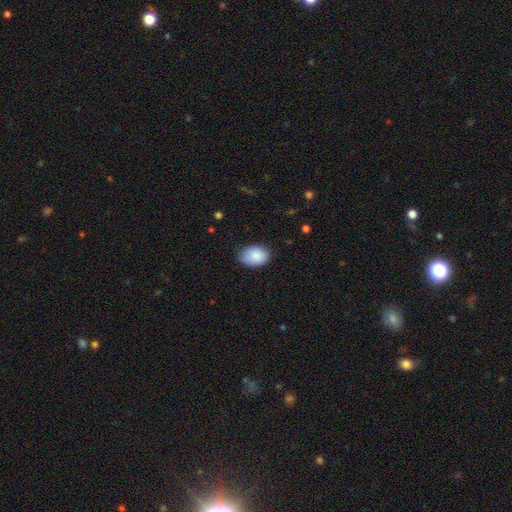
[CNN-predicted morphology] A smooth galaxy with no disk features (88%) that is in between round and cigar-shaped (83%).

Vote fractions:
- Smooth or featured? smooth: 88% / star or artifact: 7% / featured or disk: 5%
- How rounded? in between: 83% / round: 16% / cigar-shaped: 1%
- Merging? none: 74% / minor disturbance: 22% / major disturbance: 3% / merger: 1%